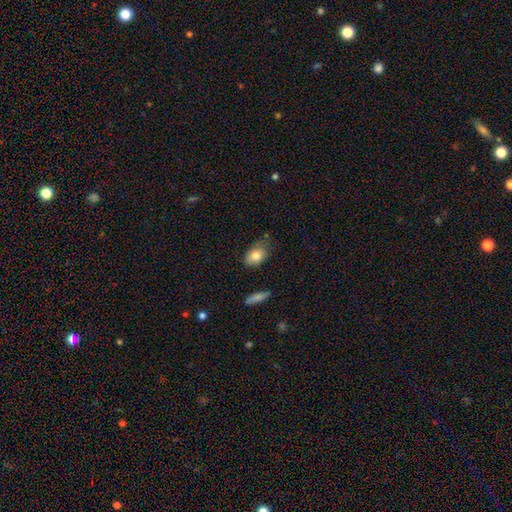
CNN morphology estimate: Smooth or featured? smooth (81%)
How rounded? in between (84%)
Merging? none (62%)